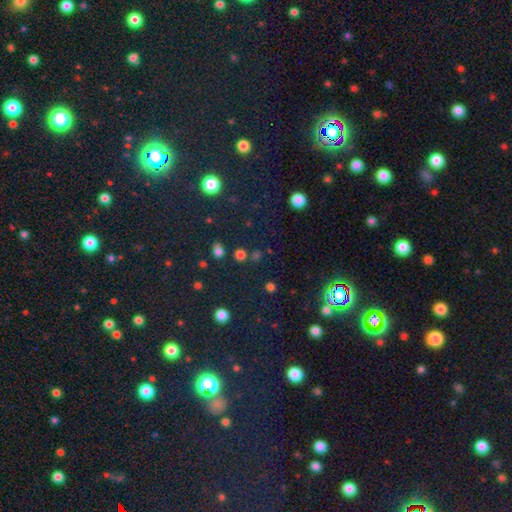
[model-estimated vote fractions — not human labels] This appears to be a star or artifact, not a galaxy (58%).